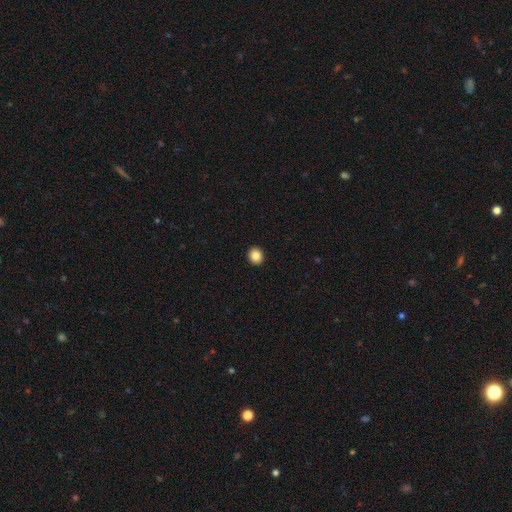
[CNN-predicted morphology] Smooth or featured? smooth (86%)
How rounded? round (75%)
Merging? none (93%)